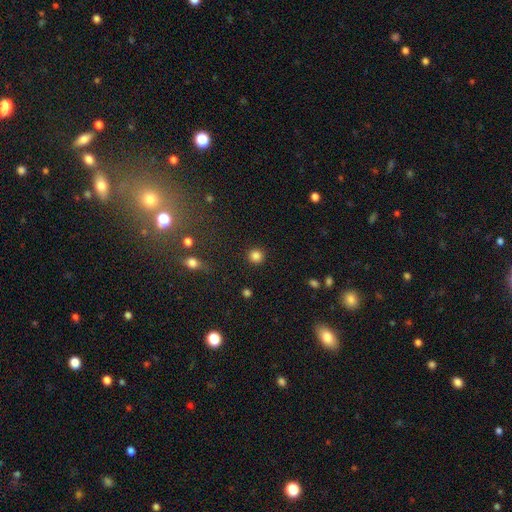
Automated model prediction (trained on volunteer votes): The model was most divided on "smooth or featured": smooth: 85%, star or artifact: 12%, featured or disk: 4%. More confident: how rounded — round (94%); merging — none (92%).